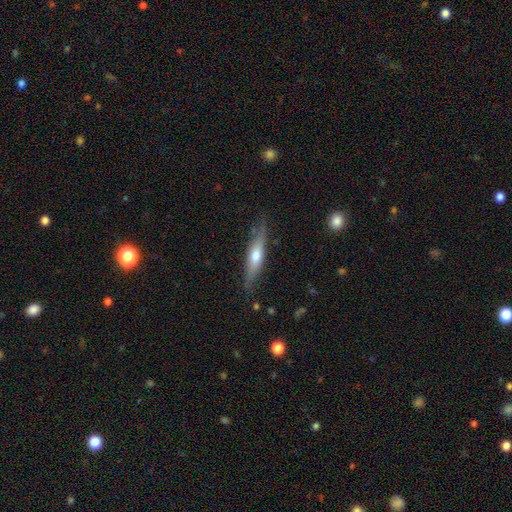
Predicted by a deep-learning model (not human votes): Smooth or featured: smooth — 49% (featured or disk — 45%)
Merging: none — 77% (minor disturbance — 17%)